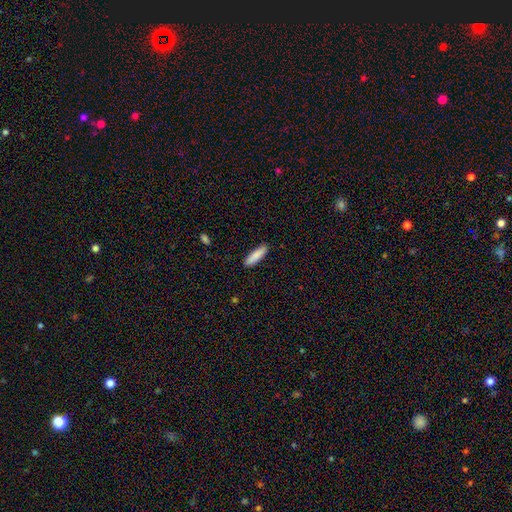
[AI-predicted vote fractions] A smooth galaxy with no disk features (88%) that is cigar-shaped (68%). Merging: none (90%).